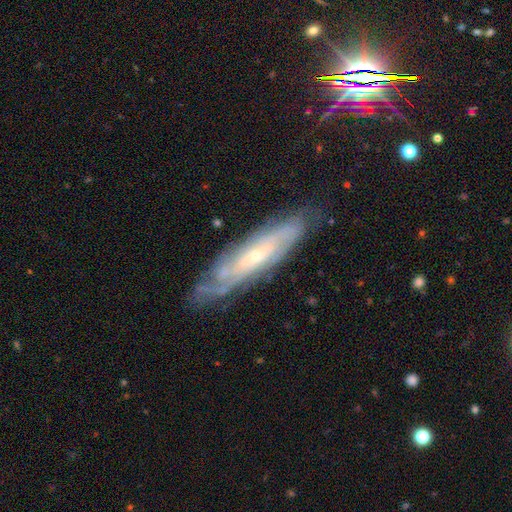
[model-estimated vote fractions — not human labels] Morphology: type=featured or disk (79%); edge-on=no (72%); bar=no (67%); spiral arms=yes (92%); winding=tight (69%); arm count=can't tell (56%); bulge=small (75%); merging=none (77%).